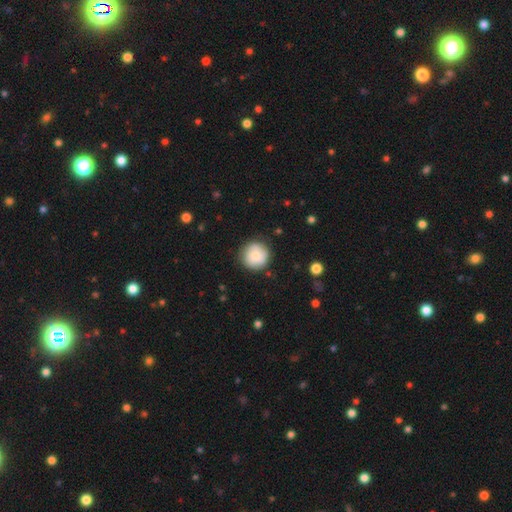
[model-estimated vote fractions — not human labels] Smooth or featured? Predicted: smooth (p=0.70). How rounded? Predicted: round (p=0.94). Merging? Predicted: none (p=0.82).